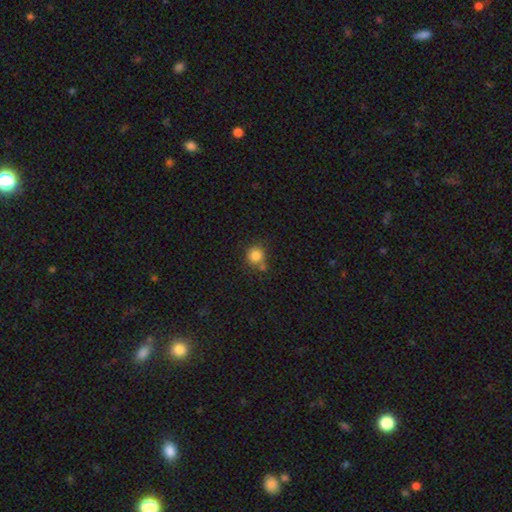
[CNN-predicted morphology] Q: Smooth or featured?
A: smooth (84%); runner-up: star or artifact (11%)
Q: How rounded?
A: round (90%); runner-up: in between (9%)
Q: Merging?
A: none (67%); runner-up: minor disturbance (15%)